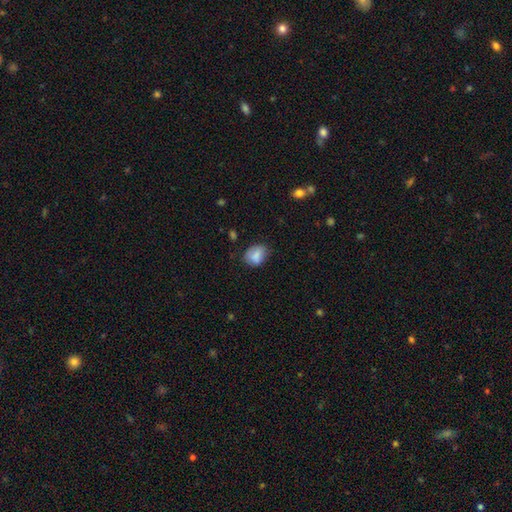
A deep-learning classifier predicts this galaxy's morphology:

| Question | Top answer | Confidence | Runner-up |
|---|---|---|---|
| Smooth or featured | smooth | 82% | featured or disk (10%) |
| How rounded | in between | 60% | round (39%) |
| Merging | none | 63% | minor disturbance (28%) |